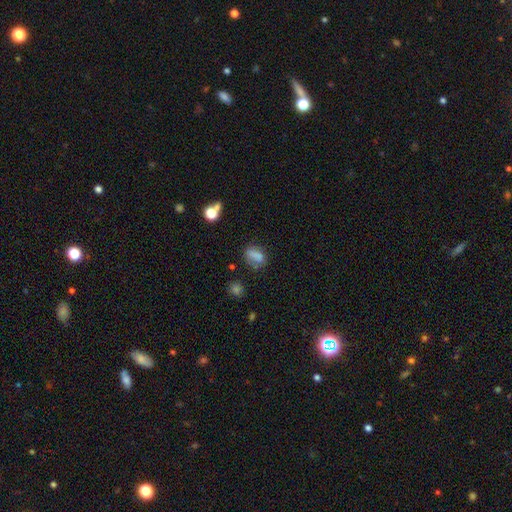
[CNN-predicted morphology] Q: Smooth or featured?
A: smooth (78%); runner-up: star or artifact (12%)
Q: How rounded?
A: in between (75%); runner-up: round (18%)
Q: Merging?
A: none (60%); runner-up: minor disturbance (24%)